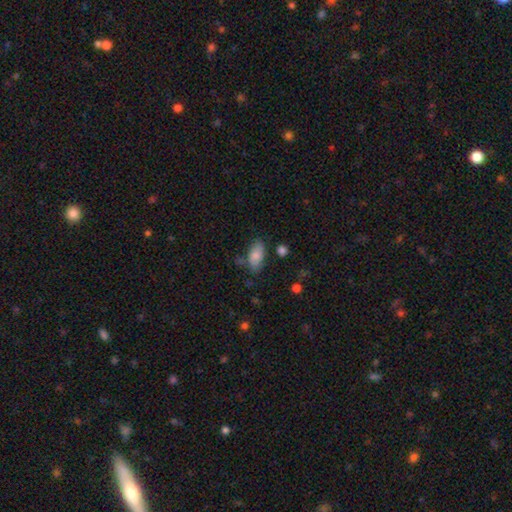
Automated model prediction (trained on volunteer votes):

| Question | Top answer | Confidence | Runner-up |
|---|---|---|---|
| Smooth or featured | smooth | 82% | featured or disk (10%) |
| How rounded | in between | 89% | cigar-shaped (7%) |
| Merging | none | 65% | minor disturbance (22%) |